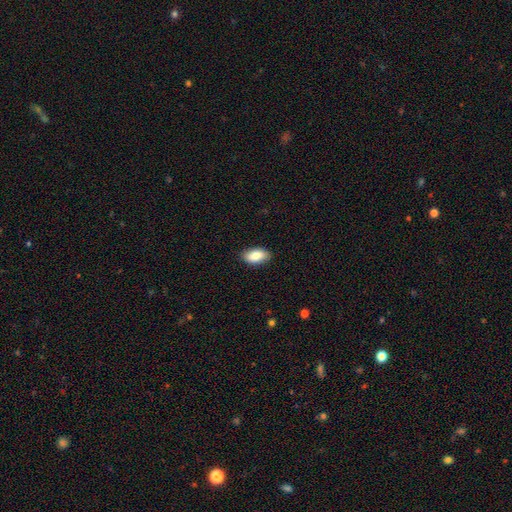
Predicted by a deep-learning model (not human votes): smooth 84%, featured or disk 10%, star or artifact 7%. Down the decision tree: how rounded — in between (93%); merging — none (87%).